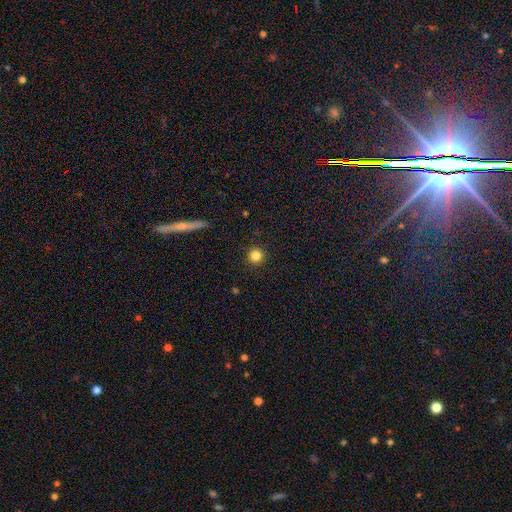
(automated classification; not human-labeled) The model was most divided on "smooth or featured": smooth: 84%, star or artifact: 11%, featured or disk: 5%. More confident: how rounded — round (96%); merging — none (92%).